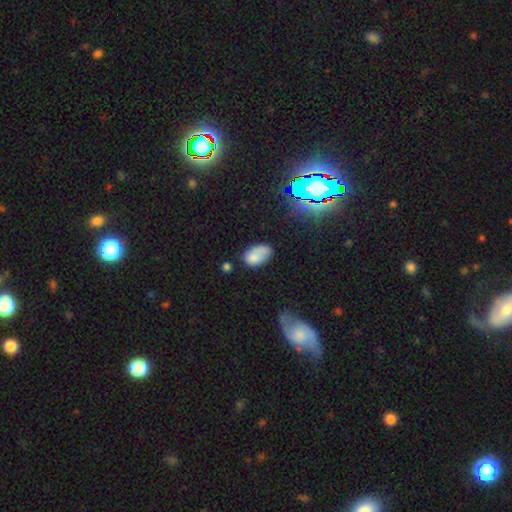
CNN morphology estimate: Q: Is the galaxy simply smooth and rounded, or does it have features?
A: smooth — 78%.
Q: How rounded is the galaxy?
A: in between — 92%.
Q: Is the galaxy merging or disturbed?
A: none — 50%.